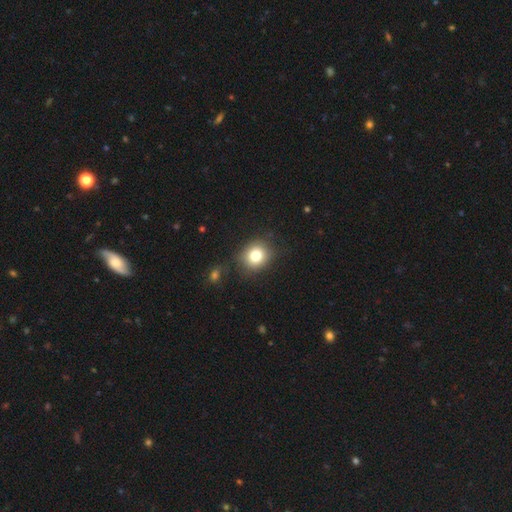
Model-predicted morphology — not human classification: Smooth or featured? Predicted: smooth (p=0.79). How rounded? Predicted: round (p=0.76). Merging? Predicted: none (p=0.80).